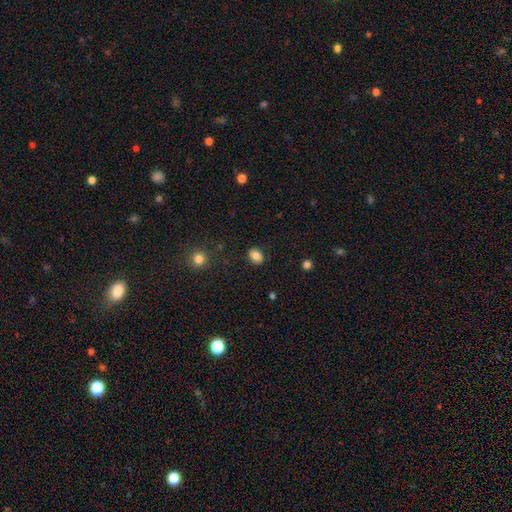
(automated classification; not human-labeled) A smooth galaxy with no disk features (85%) that is in between round and cigar-shaped (65%). Merging: none (85%).